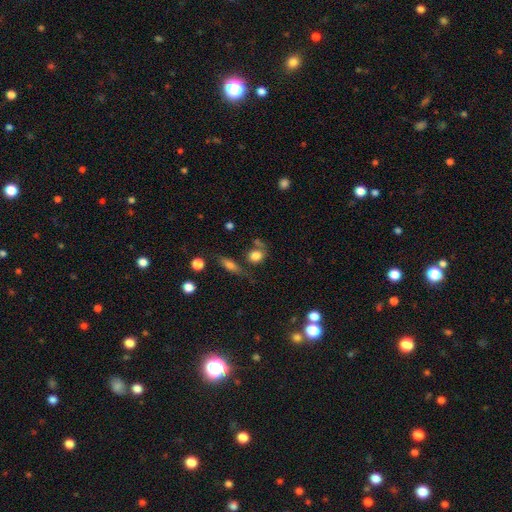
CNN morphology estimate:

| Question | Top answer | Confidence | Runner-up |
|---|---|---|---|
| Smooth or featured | smooth | 81% | star or artifact (11%) |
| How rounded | round | 67% | in between (31%) |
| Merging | none | 59% | minor disturbance (18%) |